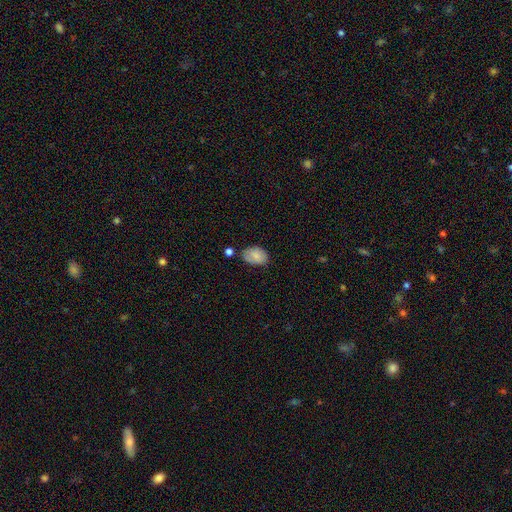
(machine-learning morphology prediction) smooth-or-featured: smooth: 82% | featured or disk: 10% | star or artifact: 7%
  how-rounded: in between: 87% | round: 12% | cigar-shaped: 1%
  merging: none: 68% | minor disturbance: 22% | merger: 6% | major disturbance: 5%